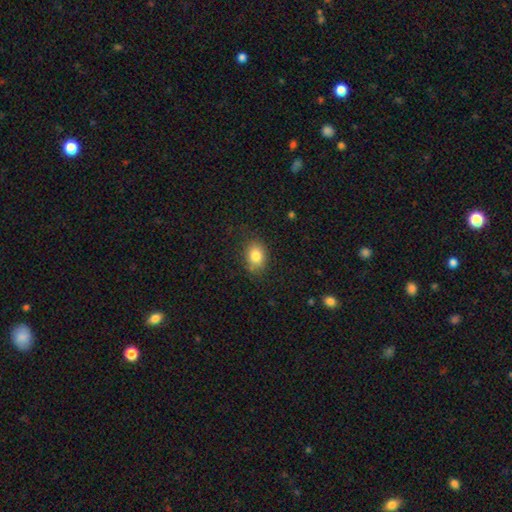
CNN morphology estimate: This appears to be a smooth galaxy with no disk features (83%) that is in between round and cigar-shaped (65%). Merging: none (80%).